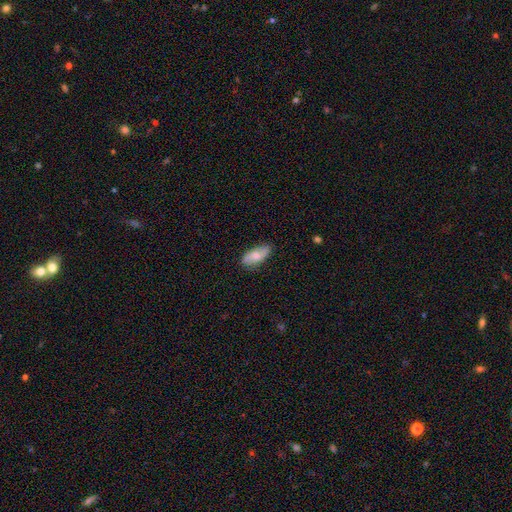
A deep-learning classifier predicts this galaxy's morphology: Smooth or featured? Predicted: smooth (p=0.59). How rounded? Predicted: in between (p=0.86). Merging? Predicted: none (p=0.80).